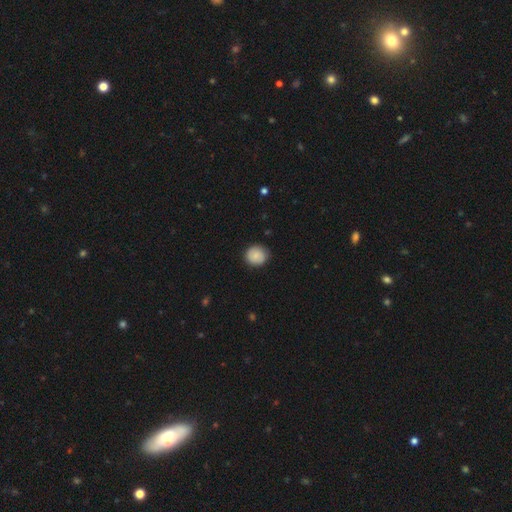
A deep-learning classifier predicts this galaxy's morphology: Smooth or featured? smooth (83%)
How rounded? round (88%)
Merging? none (86%)